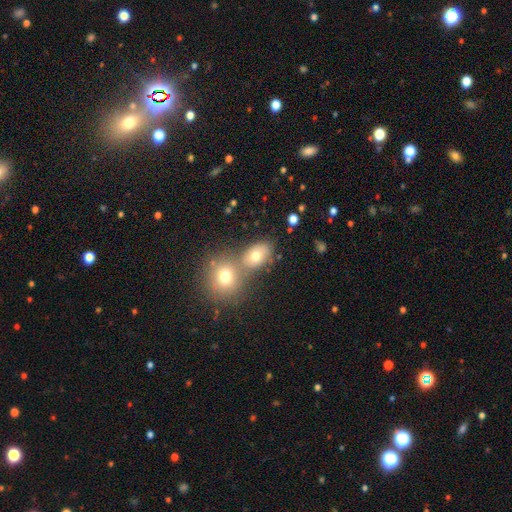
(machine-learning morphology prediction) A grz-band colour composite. It shows a smooth galaxy with no disk features (72%) that is in between round and cigar-shaped (65%). Merging: none (51%).